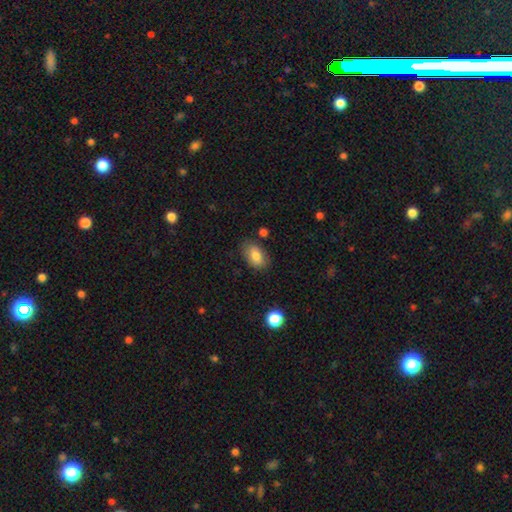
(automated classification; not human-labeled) smooth 82%, featured or disk 11%, star or artifact 8%. Down the decision tree: how rounded — in between (90%); merging — none (77%).